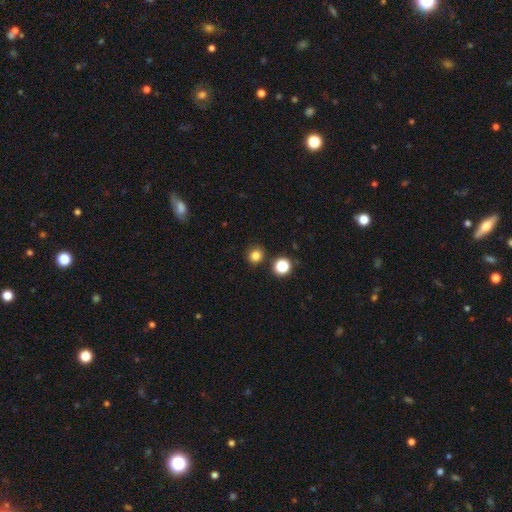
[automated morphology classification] The model was most divided on "smooth or featured": smooth: 81%, star or artifact: 14%, featured or disk: 4%. More confident: how rounded — round (87%); merging — none (86%).